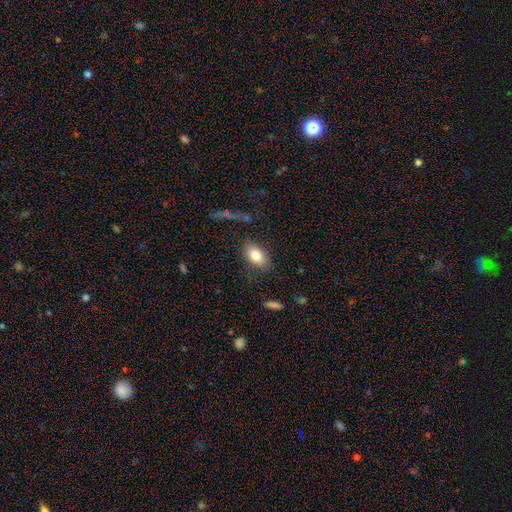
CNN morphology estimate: smooth-or-featured: smooth: 80% | featured or disk: 12% | star or artifact: 8%
  how-rounded: in between: 88% | round: 10% | cigar-shaped: 2%
  merging: none: 82% | minor disturbance: 13% | major disturbance: 3% | merger: 2%